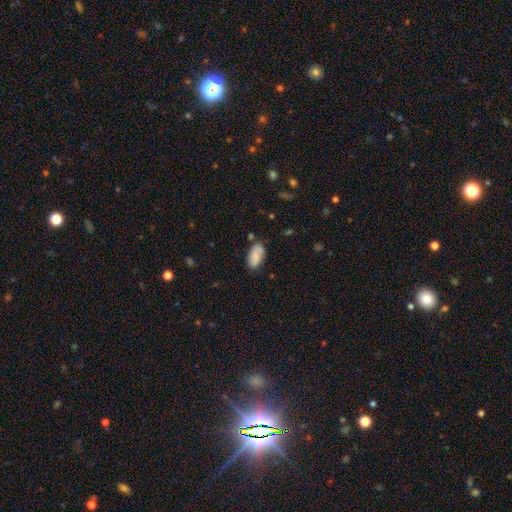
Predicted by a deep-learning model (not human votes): smooth-or-featured: smooth: 83% | featured or disk: 10% | star or artifact: 7%
  how-rounded: in between: 93% | cigar-shaped: 4% | round: 3%
  merging: none: 71% | minor disturbance: 20% | merger: 5% | major disturbance: 4%